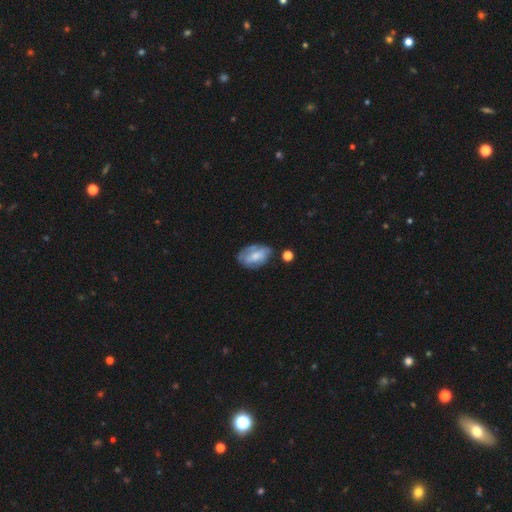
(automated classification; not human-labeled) smooth_or_featured: smooth (p=0.55) [alt: featured or disk p=0.38]
how_rounded: in between (p=0.89) [alt: round p=0.08]
merging: none (p=0.51) [alt: minor disturbance p=0.31]